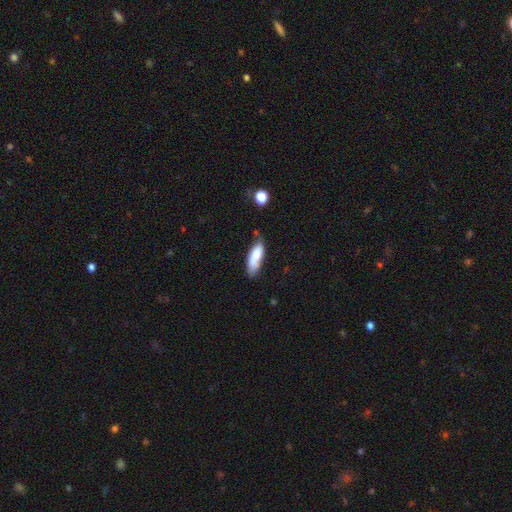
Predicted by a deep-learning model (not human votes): This is likely a smooth galaxy (80%). How rounded: possibly in between (58%). Merging: possibly none (55%).